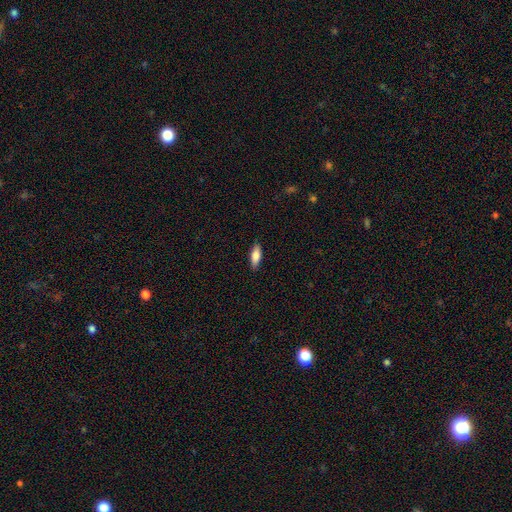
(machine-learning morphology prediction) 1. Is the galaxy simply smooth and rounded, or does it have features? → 82% smooth, 12% featured or disk, 6% star or artifact.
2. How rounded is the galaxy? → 64% in between, 34% cigar-shaped, 2% round.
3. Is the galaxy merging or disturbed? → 87% none, 10% minor disturbance, 2% major disturbance, 1% merger.